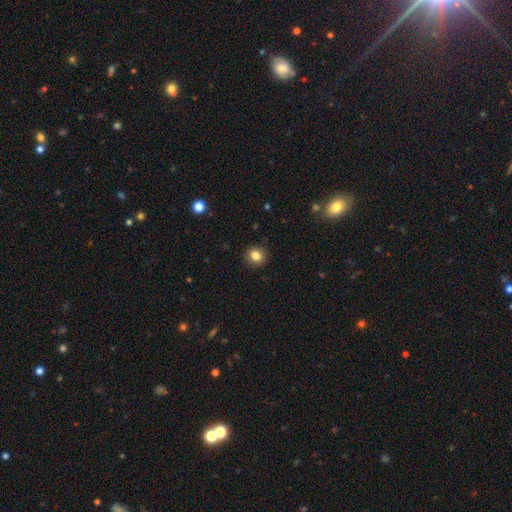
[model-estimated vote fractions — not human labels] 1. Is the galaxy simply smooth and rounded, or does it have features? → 84% smooth, 11% star or artifact, 6% featured or disk.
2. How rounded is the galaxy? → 89% round, 10% in between, 1% cigar-shaped.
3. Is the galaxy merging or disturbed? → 91% none, 6% minor disturbance, 2% major disturbance, 1% merger.